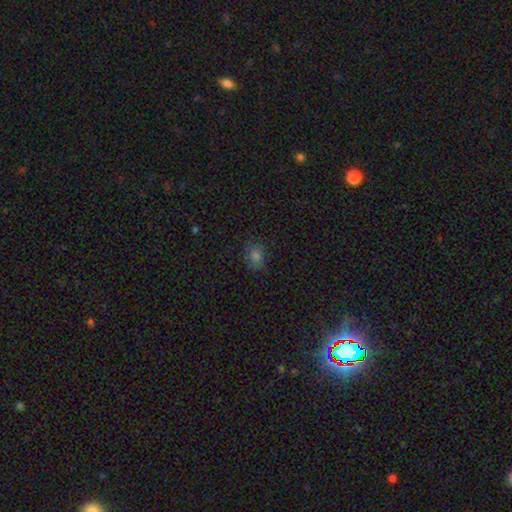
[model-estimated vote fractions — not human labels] Smooth or featured? smooth (71%)
How rounded? in between (54%)
Merging? none (81%)